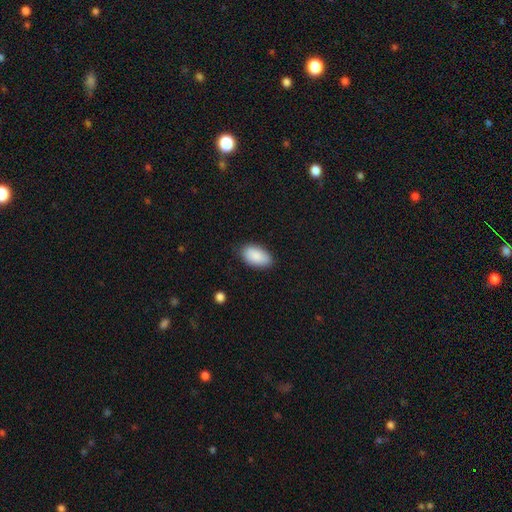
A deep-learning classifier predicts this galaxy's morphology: Smooth or featured? Predicted: smooth (p=0.89). How rounded? Predicted: in between (p=0.95). Merging? Predicted: none (p=0.82).